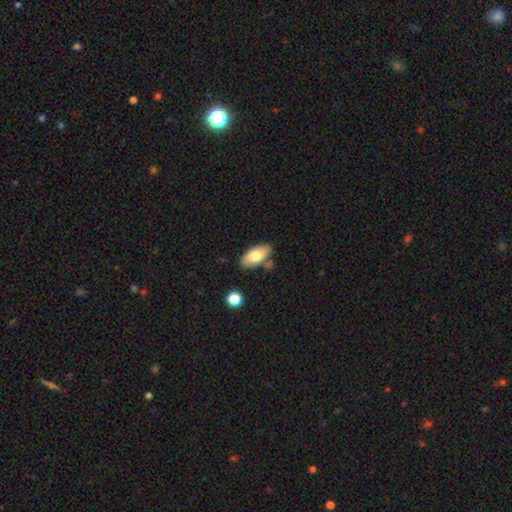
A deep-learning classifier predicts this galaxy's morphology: Smooth or featured?
  - smooth: 75% *
  - featured or disk: 18%
  - star or artifact: 7%
How rounded?
  - in between: 93% *
  - cigar-shaped: 4%
  - round: 3%
Merging?
  - none: 75% *
  - minor disturbance: 15%
  - merger: 7%
  - major disturbance: 3%